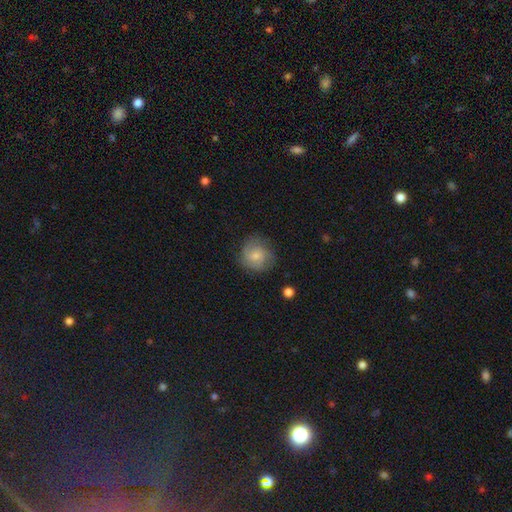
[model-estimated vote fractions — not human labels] Smooth or featured? smooth (56%)
How rounded? round (88%)
Merging? none (74%)